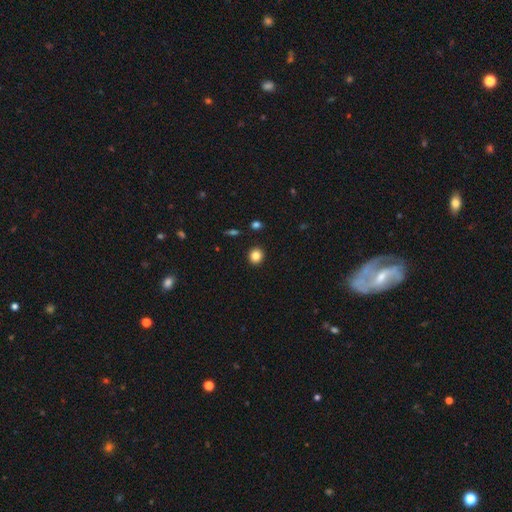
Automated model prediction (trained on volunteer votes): smooth-or-featured: smooth: 84% | star or artifact: 11% | featured or disk: 5%
  how-rounded: round: 84% | in between: 15% | cigar-shaped: 1%
  merging: none: 92% | minor disturbance: 5% | major disturbance: 2% | merger: 1%